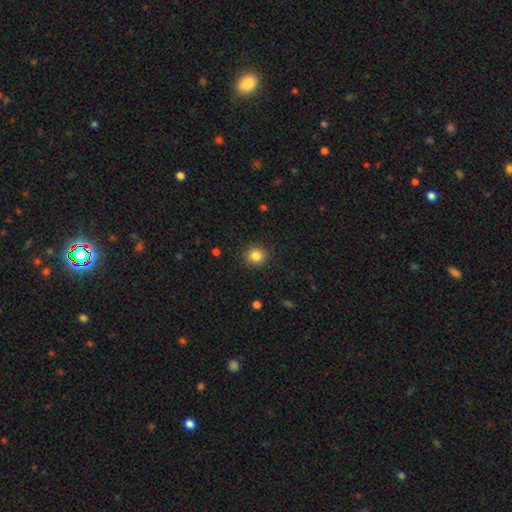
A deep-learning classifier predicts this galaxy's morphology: smooth 84%, star or artifact 11%, featured or disk 5%. Down the decision tree: how rounded — round (92%); merging — none (91%).